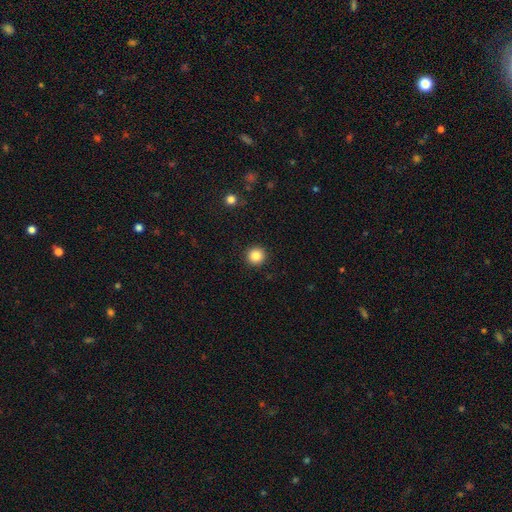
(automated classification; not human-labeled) smooth-or-featured: smooth: 85% | star or artifact: 10% | featured or disk: 4%
  how-rounded: round: 95% | in between: 4% | cigar-shaped: 1%
  merging: none: 93% | minor disturbance: 5% | major disturbance: 2% | merger: 1%